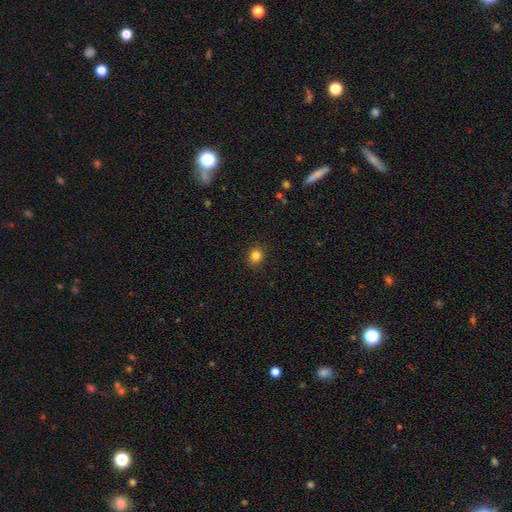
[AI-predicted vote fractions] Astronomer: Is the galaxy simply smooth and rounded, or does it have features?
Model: smooth — 84%.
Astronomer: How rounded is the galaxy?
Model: round — 78%.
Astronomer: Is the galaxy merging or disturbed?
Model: none — 90%.